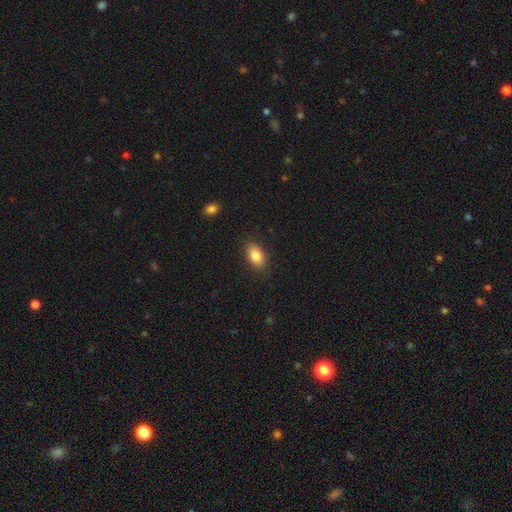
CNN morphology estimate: The model was most divided on "smooth or featured": smooth: 84%, featured or disk: 8%, star or artifact: 8%. More confident: how rounded — in between (90%); merging — none (87%).